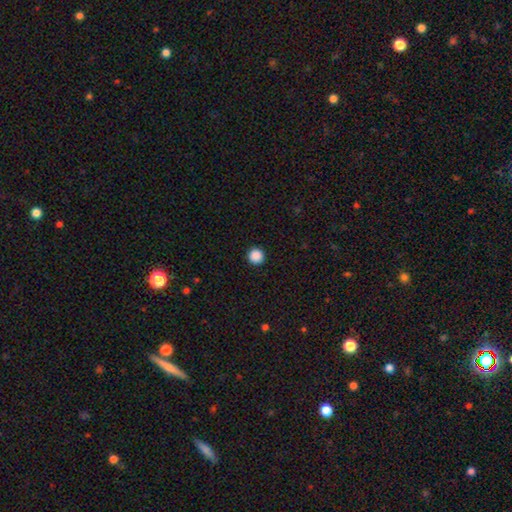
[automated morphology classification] Smooth or featured? smooth (89%)
How rounded? round (96%)
Merging? none (94%)